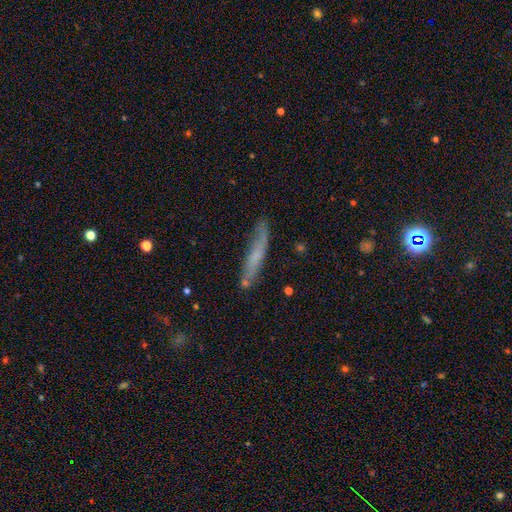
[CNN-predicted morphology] The model was most divided on "smooth or featured": smooth: 48%, featured or disk: 44%, star or artifact: 8%. More confident: merging — none (72%).